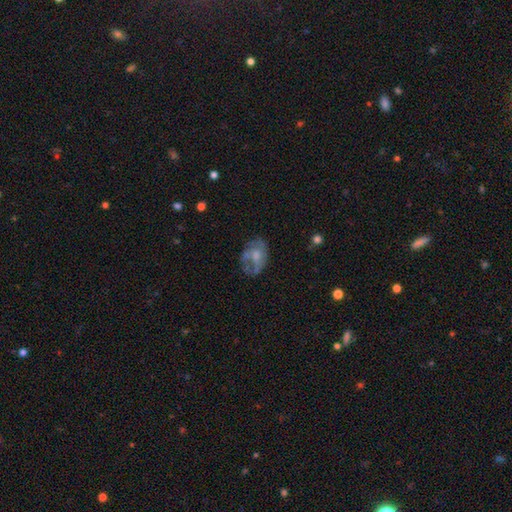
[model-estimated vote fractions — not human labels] Morphology: type=featured or disk (52%); edge-on=no (97%); bar=no (81%); spiral arms=no (69%); bulge=moderate (43%); merging=none (47%).